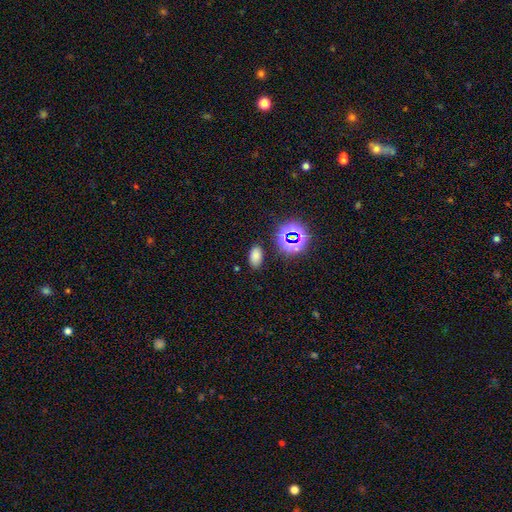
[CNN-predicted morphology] Smooth or featured: smooth — 73% (star or artifact — 21%)
How rounded: in between — 91% (round — 8%)
Merging: none — 85% (minor disturbance — 9%)